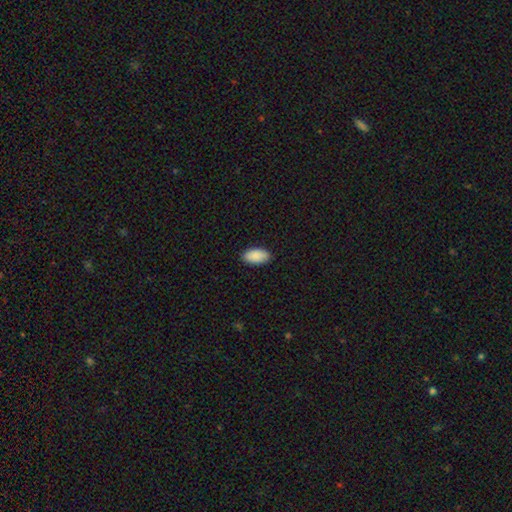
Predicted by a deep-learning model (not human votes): Q: Smooth or featured?
A: smooth (90%); runner-up: star or artifact (6%)
Q: How rounded?
A: in between (95%); runner-up: round (2%)
Q: Merging?
A: none (90%); runner-up: minor disturbance (8%)